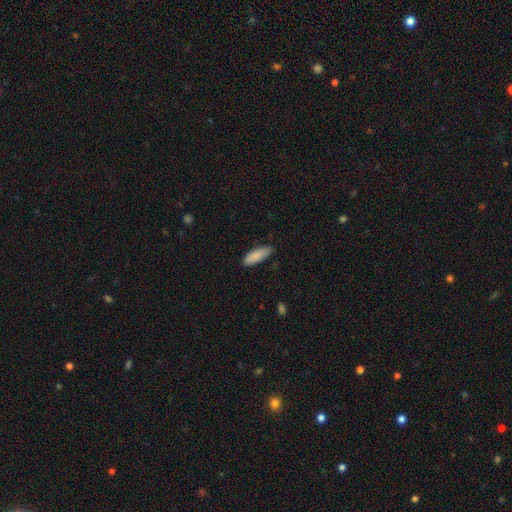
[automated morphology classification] smooth 87%, featured or disk 7%, star or artifact 6%. Down the decision tree: how rounded — in between (61%); merging — none (82%).